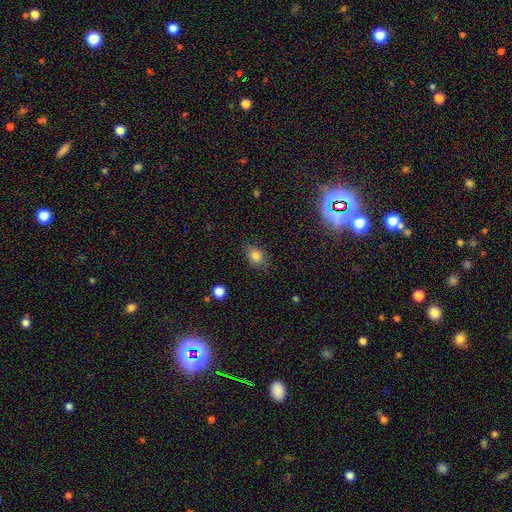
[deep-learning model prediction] smooth-or-featured: smooth: 80% | star or artifact: 12% | featured or disk: 8%
  how-rounded: in between: 65% | round: 33% | cigar-shaped: 2%
  merging: none: 81% | minor disturbance: 14% | major disturbance: 3% | merger: 1%